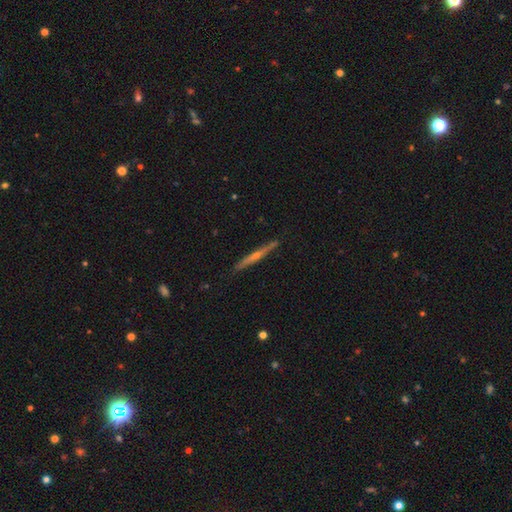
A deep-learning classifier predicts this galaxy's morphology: Overall: featured or disk (74%). Edge-on disk: yes (98%). Edge-on bulge: rounded (76%). Merging: none (90%).